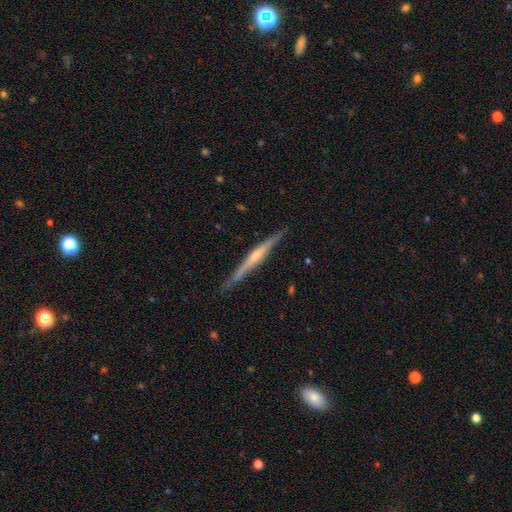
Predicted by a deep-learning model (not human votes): This is likely a featured or disk galaxy (73%). It is clearly viewed edge-on (98%). Edge-on bulge: likely rounded (63%). Merging: clearly none (88%).